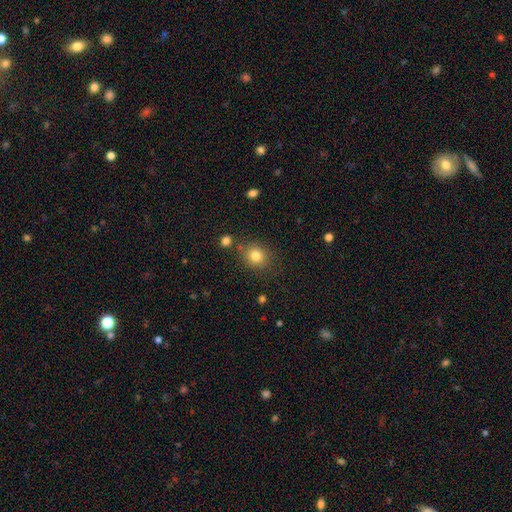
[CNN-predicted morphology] Smooth or featured?
  - smooth: 81% *
  - star or artifact: 12%
  - featured or disk: 7%
How rounded?
  - round: 79% *
  - in between: 20%
  - cigar-shaped: 1%
Merging?
  - none: 78% *
  - minor disturbance: 11%
  - merger: 6%
  - major disturbance: 4%